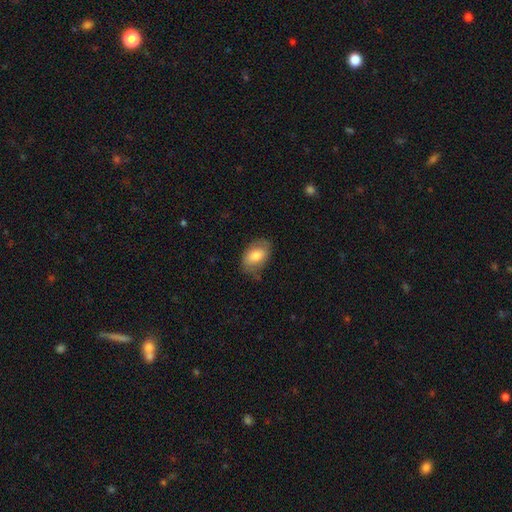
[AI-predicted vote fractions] A smooth galaxy with no disk features (72%) that is in between round and cigar-shaped (88%). Merging: none (66%).